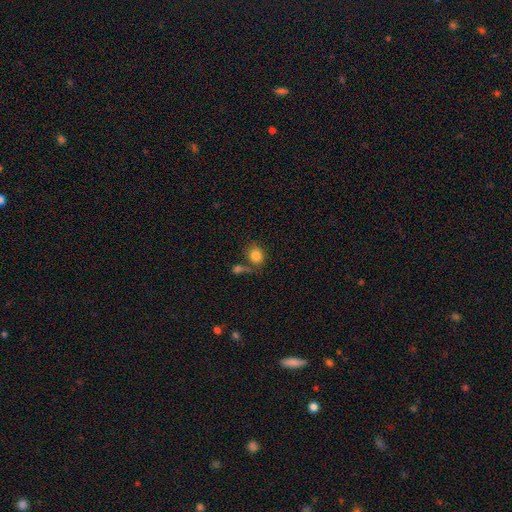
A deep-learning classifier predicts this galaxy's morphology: Smooth or featured? Predicted: smooth (p=0.83). How rounded? Predicted: round (p=0.61). Merging? Predicted: none (p=0.59).